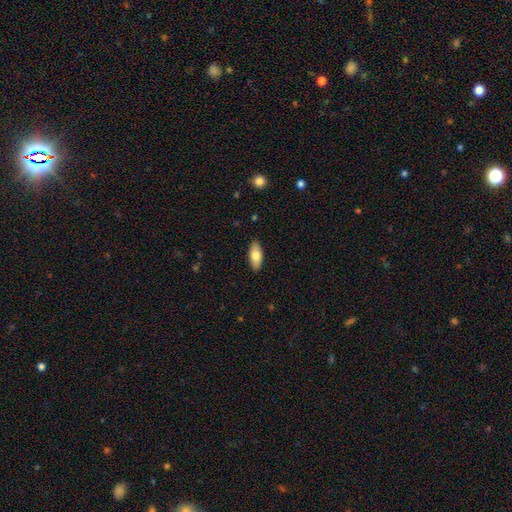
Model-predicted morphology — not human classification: smooth-or-featured: smooth: 75% | featured or disk: 19% | star or artifact: 6%
  how-rounded: in between: 84% | cigar-shaped: 14% | round: 2%
  merging: none: 89% | minor disturbance: 9% | major disturbance: 2% | merger: 1%